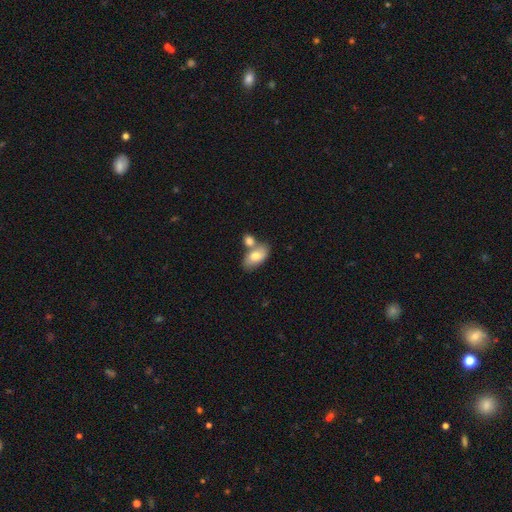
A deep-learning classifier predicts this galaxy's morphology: smooth-or-featured: smooth: 74% | featured or disk: 20% | star or artifact: 6%
  how-rounded: in between: 91% | round: 6% | cigar-shaped: 3%
  merging: none: 43% | merger: 41% | minor disturbance: 12% | major disturbance: 4%